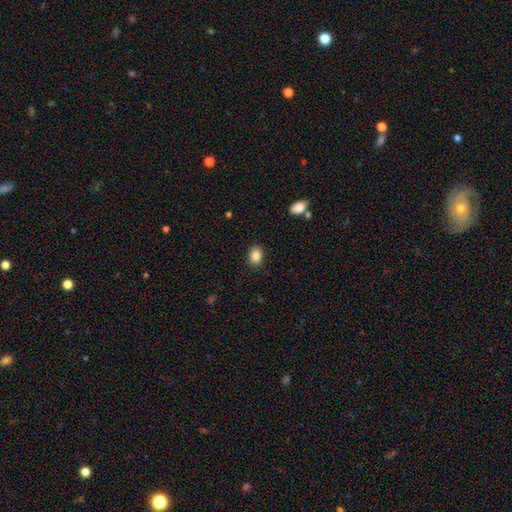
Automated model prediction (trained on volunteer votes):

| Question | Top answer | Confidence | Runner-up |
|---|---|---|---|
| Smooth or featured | smooth | 87% | star or artifact (9%) |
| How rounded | in between | 66% | round (33%) |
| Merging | none | 88% | minor disturbance (9%) |